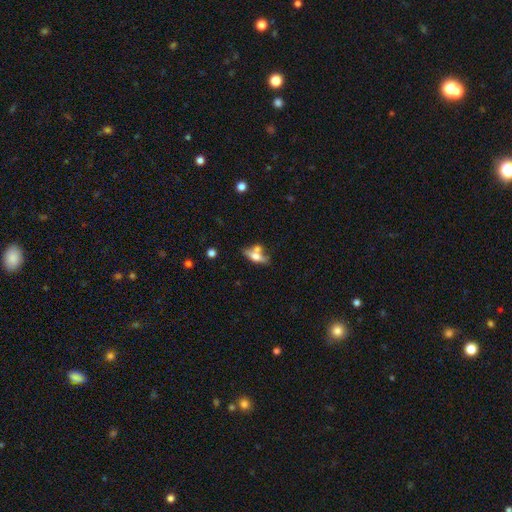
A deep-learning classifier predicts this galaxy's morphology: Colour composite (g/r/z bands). It shows a featured or disk galaxy (48%). Merging: none (55%).